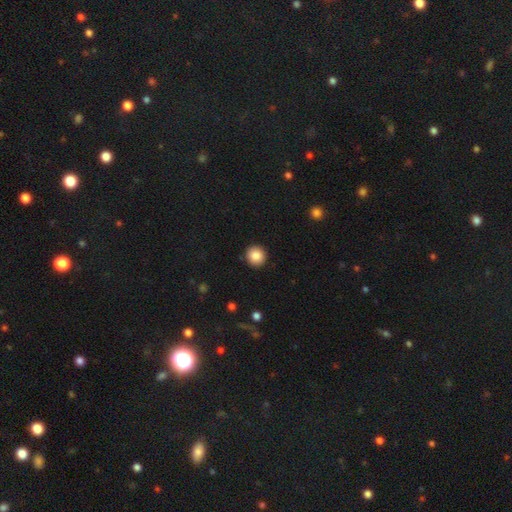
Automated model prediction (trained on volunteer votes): This appears to be a smooth galaxy with no disk features (87%) that is round (94%). Merging: none (92%).